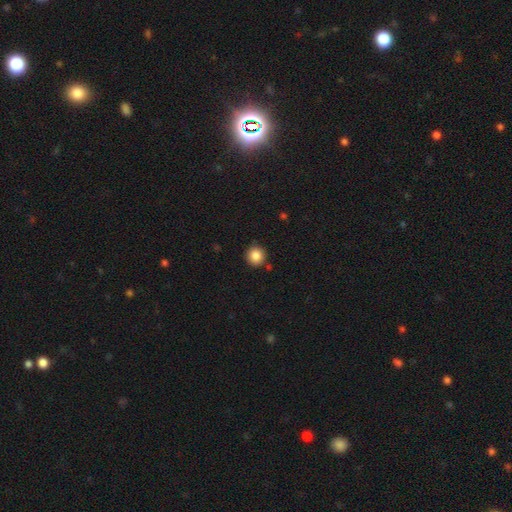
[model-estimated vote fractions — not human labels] smooth-or-featured: smooth: 86% | star or artifact: 9% | featured or disk: 5%
  how-rounded: round: 93% | in between: 6% | cigar-shaped: 1%
  merging: none: 88% | minor disturbance: 7% | merger: 3% | major disturbance: 2%